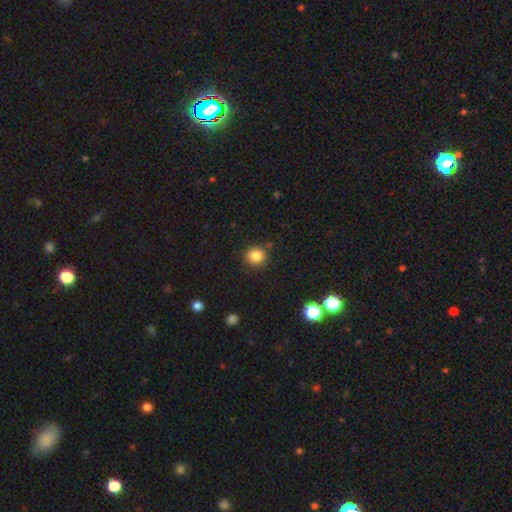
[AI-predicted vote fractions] A smooth galaxy with no disk features (85%) that is round (89%).

Vote fractions:
- Smooth or featured? smooth: 85% / star or artifact: 11% / featured or disk: 4%
- How rounded? round: 89% / in between: 10% / cigar-shaped: 1%
- Merging? none: 86% / minor disturbance: 8% / merger: 3% / major disturbance: 2%